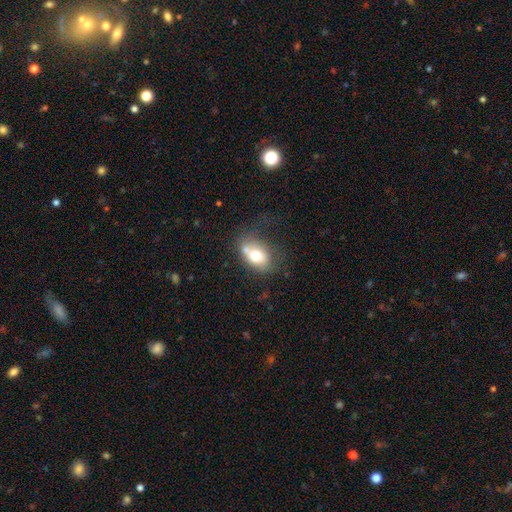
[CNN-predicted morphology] A smooth galaxy with no disk features (67%) that is in between round and cigar-shaped (73%). Merging: none (45%).